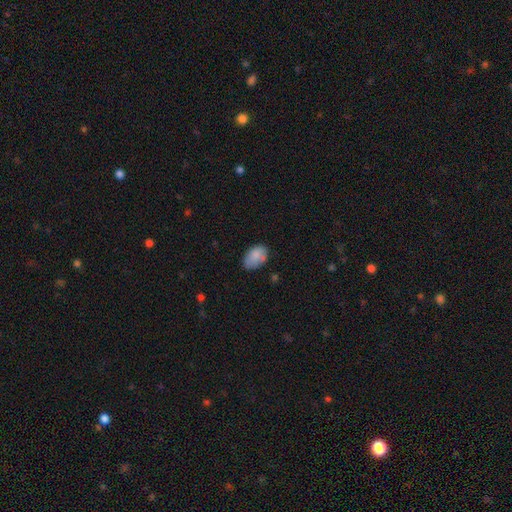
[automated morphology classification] Smooth or featured: smooth — 82% (featured or disk — 11%)
How rounded: in between — 89% (round — 10%)
Merging: none — 70% (minor disturbance — 23%)